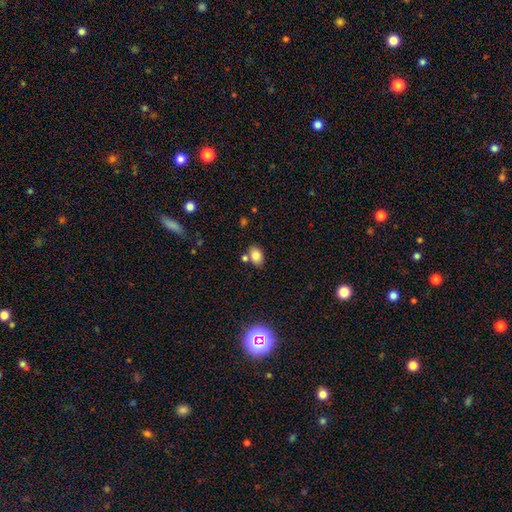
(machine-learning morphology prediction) A smooth galaxy with no disk features (82%) that is in between round and cigar-shaped (78%). Merging: none (69%).